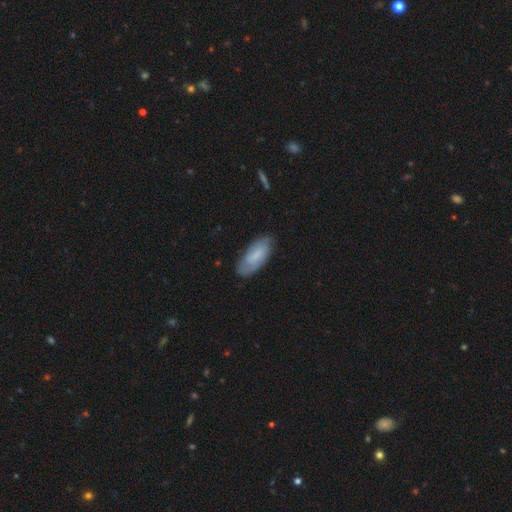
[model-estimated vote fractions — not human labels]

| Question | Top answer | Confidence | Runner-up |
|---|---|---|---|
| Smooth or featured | smooth | 59% | featured or disk (34%) |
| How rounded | in between | 81% | cigar-shaped (17%) |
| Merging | none | 78% | minor disturbance (17%) |